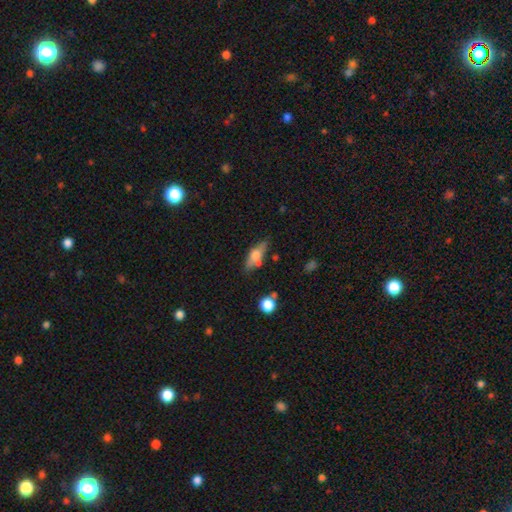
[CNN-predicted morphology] type=smooth (52%); roundness=in between (65%); merging=none (64%).